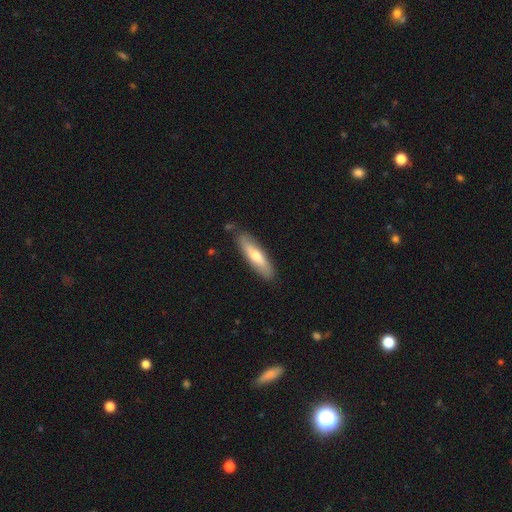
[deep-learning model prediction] Smooth or featured? smooth (61%)
How rounded? cigar-shaped (72%)
Merging? none (84%)